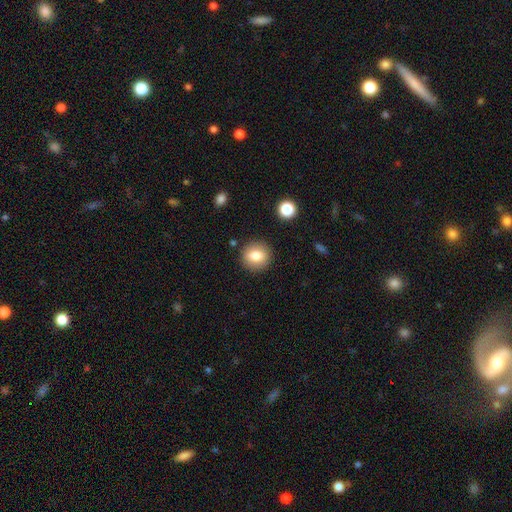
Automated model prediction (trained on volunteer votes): smooth-or-featured: smooth: 81% | featured or disk: 10% | star or artifact: 9%
  how-rounded: round: 84% | in between: 15% | cigar-shaped: 1%
  merging: none: 88% | minor disturbance: 8% | major disturbance: 2% | merger: 2%